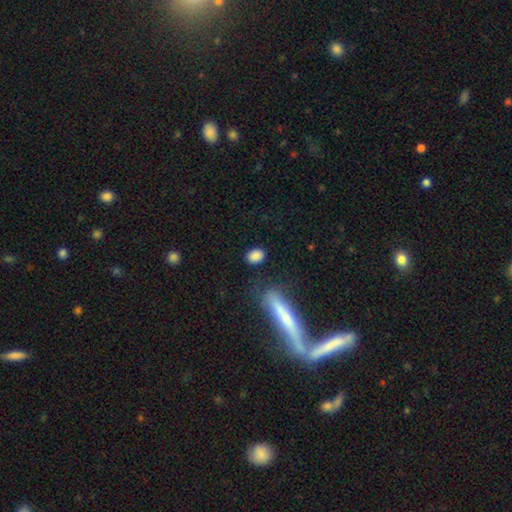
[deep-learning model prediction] Smooth or featured?
  - smooth: 87% *
  - star or artifact: 8%
  - featured or disk: 5%
How rounded?
  - in between: 70% *
  - round: 26%
  - cigar-shaped: 3%
Merging?
  - none: 82% *
  - minor disturbance: 11%
  - major disturbance: 4%
  - merger: 4%